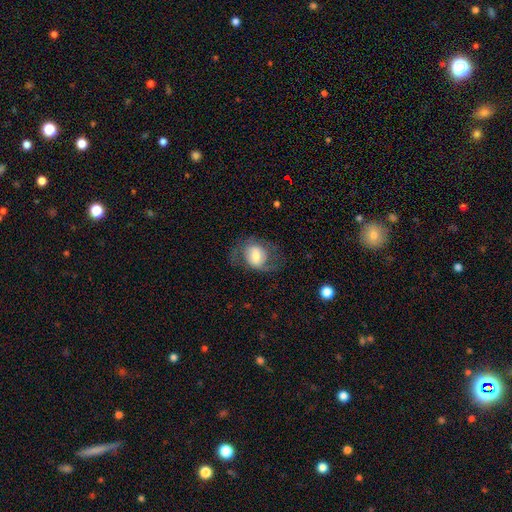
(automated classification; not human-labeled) Smooth or featured?
  - smooth: 47% *
  - featured or disk: 45%
  - star or artifact: 8%
Merging?
  - none: 58% *
  - minor disturbance: 20%
  - major disturbance: 20%
  - merger: 1%